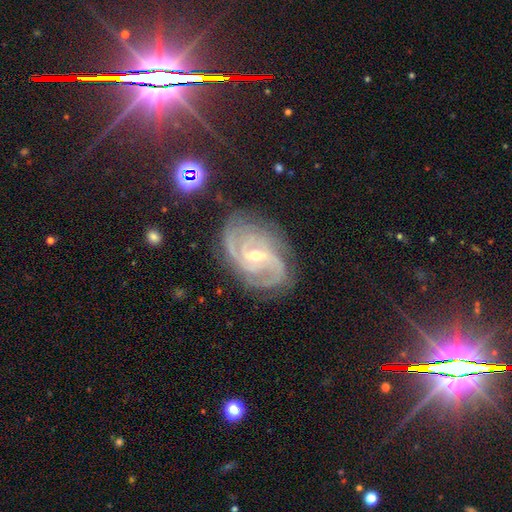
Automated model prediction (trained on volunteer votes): Smooth or featured: featured or disk — 90% (star or artifact — 6%)
Edge-on disk: no — 97% (yes — 3%)
Bar: weak — 47% (no — 29%)
Spiral arms: yes — 98% (no — 2%)
Spiral winding: tight — 58% (medium — 36%)
Spiral arm count: 3 — 32% (2 — 29%)
Bulge size: small — 52% (moderate — 46%)
Merging: none — 77% (minor disturbance — 17%)